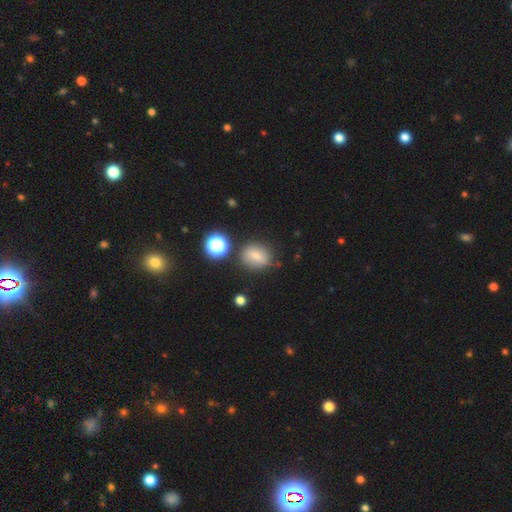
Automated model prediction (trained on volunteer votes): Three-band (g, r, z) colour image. It shows a smooth galaxy with no disk features (70%) that is round (57%). Merging: none (74%).